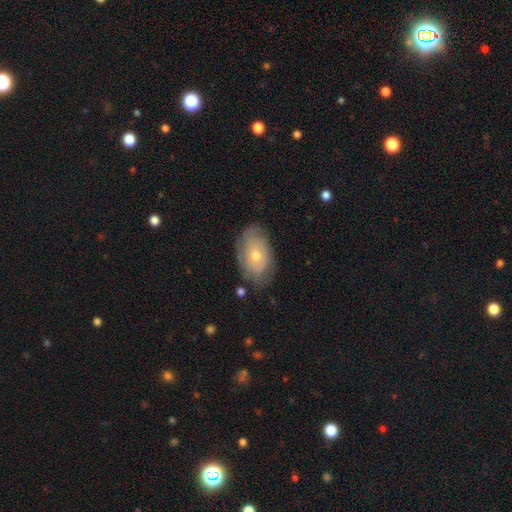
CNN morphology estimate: smooth_or_featured: featured or disk (p=0.47) [alt: smooth p=0.46]
merging: none (p=0.73) [alt: minor disturbance p=0.21]